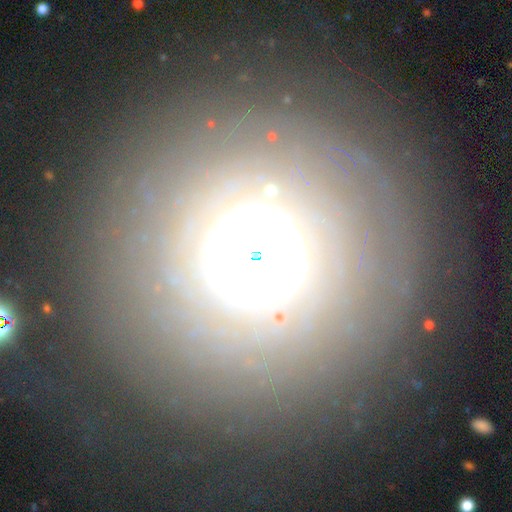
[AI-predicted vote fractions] A featured or disk galaxy (56%) with no bar (86%), no spiral arms (63%) and a moderate central bulge (49%). Merging: none (81%).